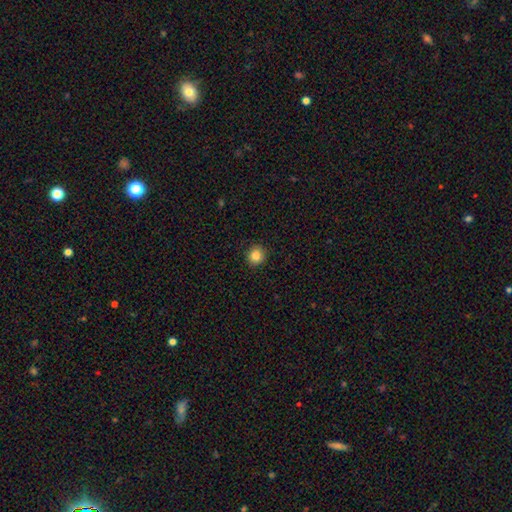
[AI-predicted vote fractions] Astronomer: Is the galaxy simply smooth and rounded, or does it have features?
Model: smooth — 86%.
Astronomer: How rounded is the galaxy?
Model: round — 90%.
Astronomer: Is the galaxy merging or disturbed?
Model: none — 91%.